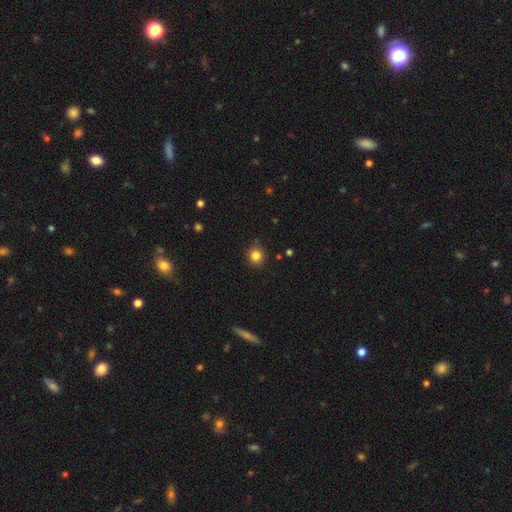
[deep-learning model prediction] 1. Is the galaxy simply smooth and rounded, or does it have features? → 83% smooth, 12% star or artifact, 5% featured or disk.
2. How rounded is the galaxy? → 91% round, 8% in between, 1% cigar-shaped.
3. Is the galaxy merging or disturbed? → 88% none, 8% minor disturbance, 2% major disturbance, 2% merger.